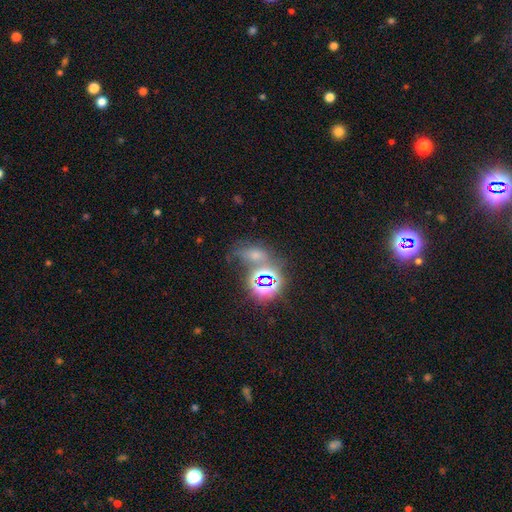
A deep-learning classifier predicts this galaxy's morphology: The model was most divided on "smooth or featured": star or artifact: 48%, smooth: 38%, featured or disk: 14%.